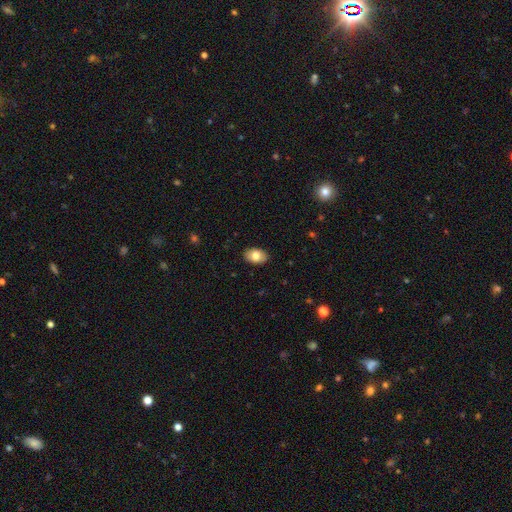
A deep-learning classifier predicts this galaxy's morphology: Smooth or featured?
  - smooth: 79% *
  - featured or disk: 14%
  - star or artifact: 7%
How rounded?
  - in between: 88% *
  - round: 11%
  - cigar-shaped: 1%
Merging?
  - none: 89% *
  - minor disturbance: 8%
  - major disturbance: 2%
  - merger: 1%